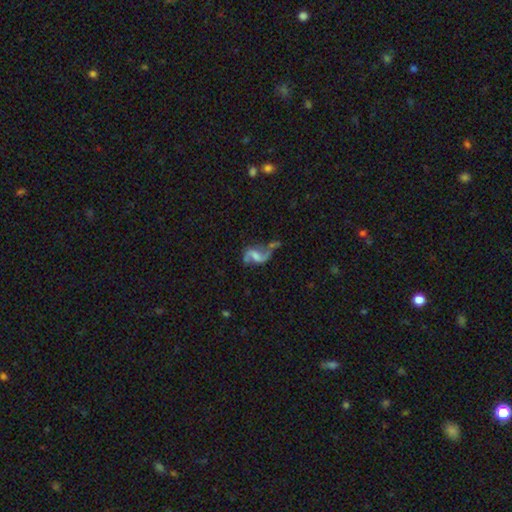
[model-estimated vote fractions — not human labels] smooth-or-featured: featured or disk: 80% | smooth: 12% | star or artifact: 8%
  disk-edge-on: no: 98% | yes: 2%
    bar: weak: 50% | no: 29% | strong: 21%
    has-spiral-arms: yes: 92% | no: 8%
      spiral-winding: loose: 76% | medium: 20% | tight: 4%
      spiral-arm-count: 2: 89% | 1: 5% | can't tell: 3% | 3: 1% | 4: 1% | more than 4: 1%
    bulge-size: none: 41% | small: 28% | moderate: 23% | large: 7% | dominant: 2%
  merging: none: 44% | major disturbance: 19% | minor disturbance: 19% | merger: 18%